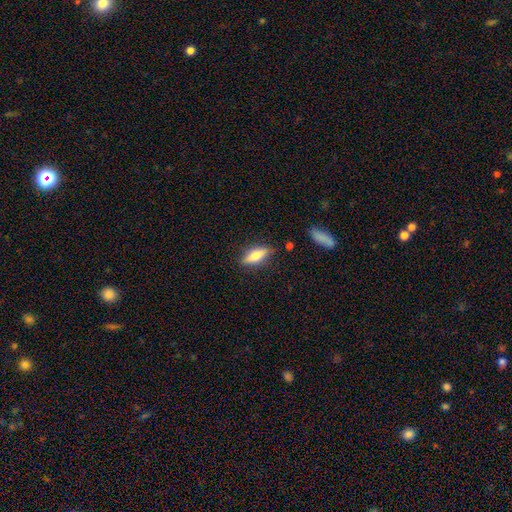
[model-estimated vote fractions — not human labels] smooth-or-featured: smooth: 56% | featured or disk: 37% | star or artifact: 7%
  how-rounded: cigar-shaped: 52% | in between: 46% | round: 3%
  merging: none: 81% | minor disturbance: 13% | major disturbance: 3% | merger: 3%